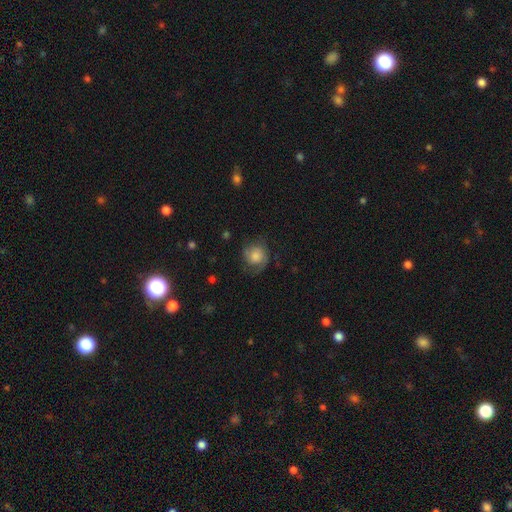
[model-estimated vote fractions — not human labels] Smooth or featured?
  - smooth: 55% *
  - featured or disk: 36%
  - star or artifact: 9%
How rounded?
  - round: 80% *
  - in between: 19%
  - cigar-shaped: 1%
Merging?
  - none: 61% *
  - minor disturbance: 24%
  - major disturbance: 14%
  - merger: 1%